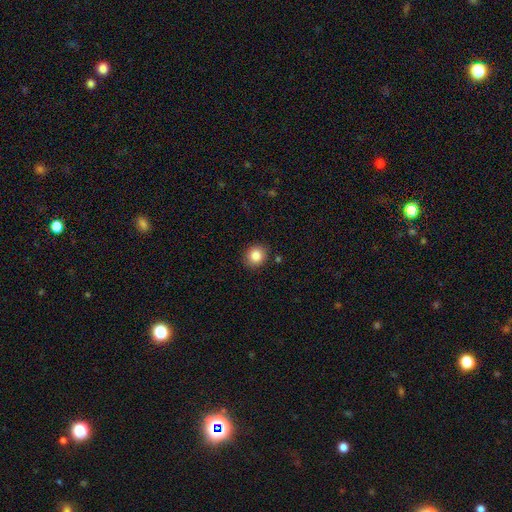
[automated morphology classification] This appears to be a smooth galaxy with no disk features (86%) that is round (84%). Merging: none (87%).